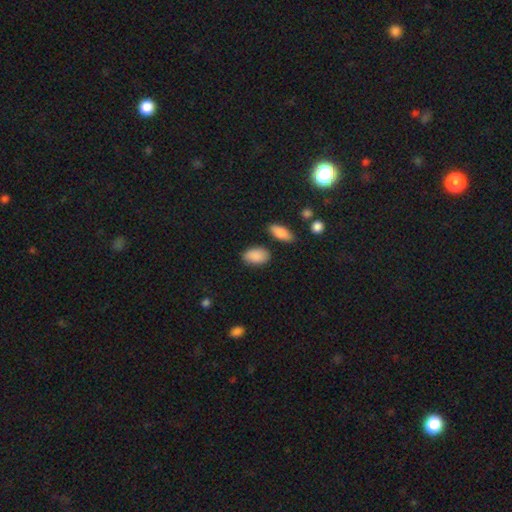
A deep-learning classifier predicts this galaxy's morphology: type=smooth (89%); roundness=in between (91%); merging=none (81%).